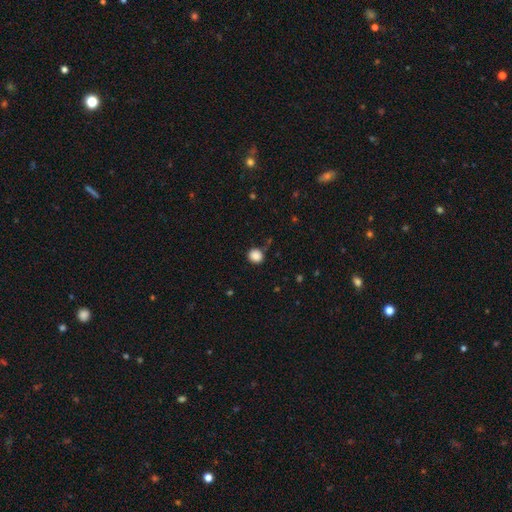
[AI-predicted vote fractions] A smooth galaxy with no disk features (87%) that is round (86%).

Vote fractions:
- Smooth or featured? smooth: 87% / star or artifact: 10% / featured or disk: 3%
- How rounded? round: 86% / in between: 13% / cigar-shaped: 1%
- Merging? none: 83% / minor disturbance: 11% / major disturbance: 3% / merger: 3%